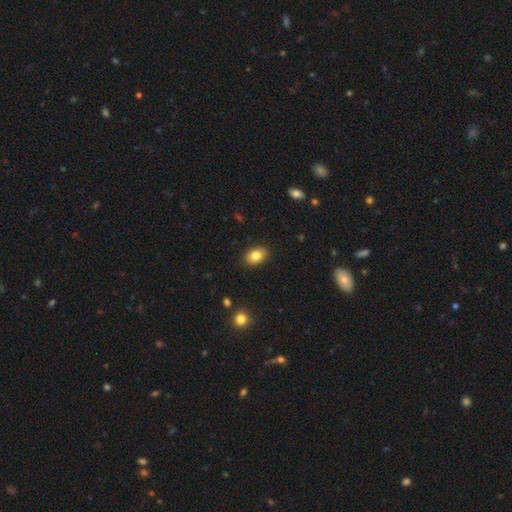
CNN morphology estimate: smooth_or_featured: smooth (p=0.82) [alt: featured or disk p=0.09]
how_rounded: in between (p=0.79) [alt: round p=0.20]
merging: none (p=0.89) [alt: minor disturbance p=0.08]